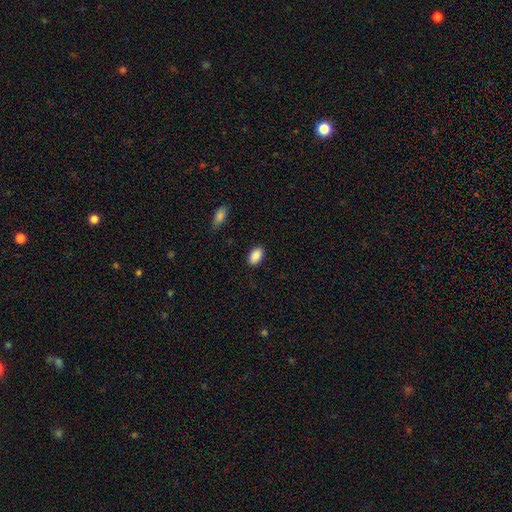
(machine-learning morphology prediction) smooth_or_featured: smooth (p=0.89) [alt: star or artifact p=0.07]
how_rounded: in between (p=0.90) [alt: round p=0.08]
merging: none (p=0.87) [alt: minor disturbance p=0.10]